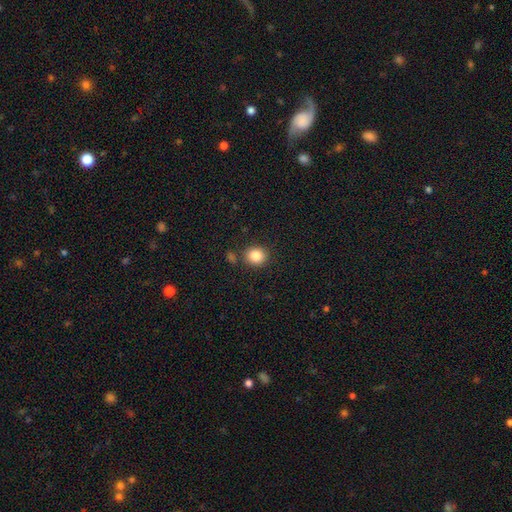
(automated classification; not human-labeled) Smooth or featured? smooth (86%)
How rounded? round (81%)
Merging? none (82%)